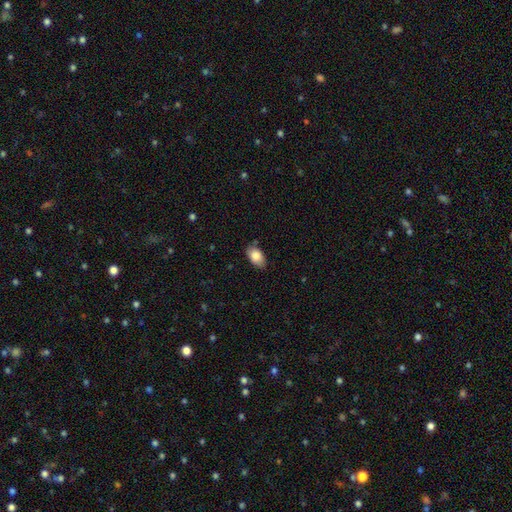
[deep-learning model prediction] Smooth or featured? smooth (85%)
How rounded? in between (92%)
Merging? none (79%)